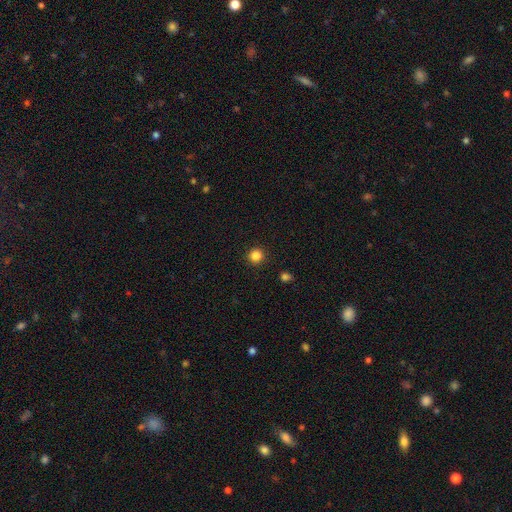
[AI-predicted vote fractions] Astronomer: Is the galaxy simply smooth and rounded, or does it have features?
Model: smooth — 85%.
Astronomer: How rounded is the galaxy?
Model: round — 95%.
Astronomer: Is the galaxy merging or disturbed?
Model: none — 92%.